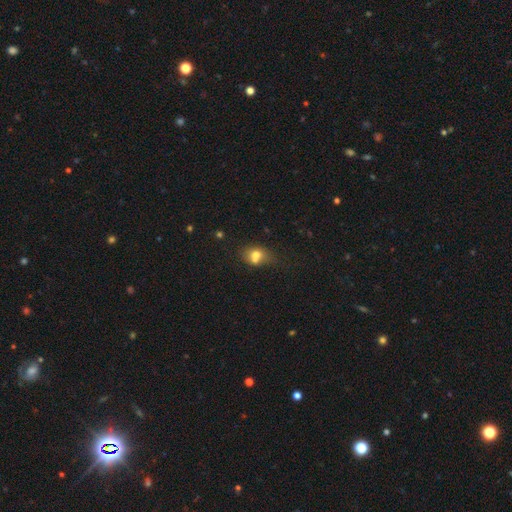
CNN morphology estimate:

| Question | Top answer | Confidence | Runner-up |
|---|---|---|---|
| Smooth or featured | smooth | 69% | featured or disk (19%) |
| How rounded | in between | 56% | round (43%) |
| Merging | merger | 40% | none (36%) |